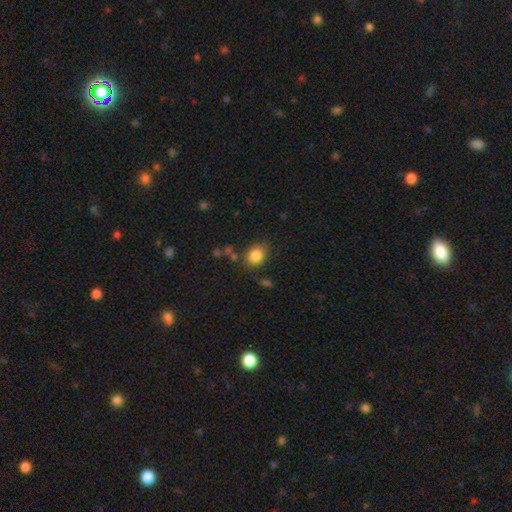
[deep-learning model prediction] A smooth galaxy with no disk features (85%) that is round (56%).

Vote fractions:
- Smooth or featured? smooth: 85% / star or artifact: 10% / featured or disk: 6%
- How rounded? round: 56% / in between: 43% / cigar-shaped: 1%
- Merging? none: 73% / minor disturbance: 16% / major disturbance: 5% / merger: 5%